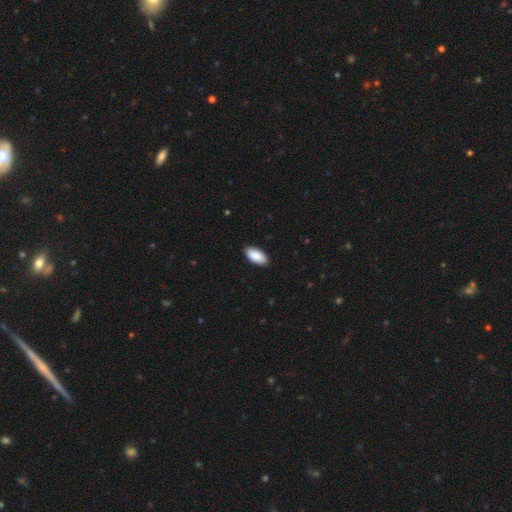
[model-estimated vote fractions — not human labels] Smooth or featured: smooth — 90% (star or artifact — 5%)
How rounded: in between — 95% (cigar-shaped — 4%)
Merging: none — 88% (minor disturbance — 9%)